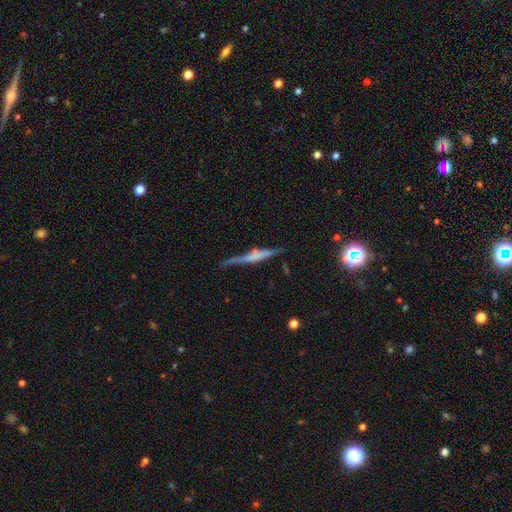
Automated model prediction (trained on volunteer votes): The model was most divided on "edge-on bulge": rounded: 37%, boxy: 36%, none: 27%. More confident: edge-on disk — yes (97%); merging — none (79%); smooth or featured — featured or disk (65%).